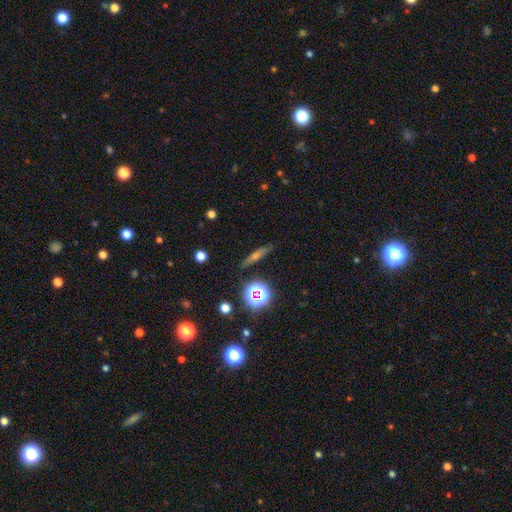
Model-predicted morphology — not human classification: This is marginally a featured or disk galaxy (43%). Merging: clearly none (88%).